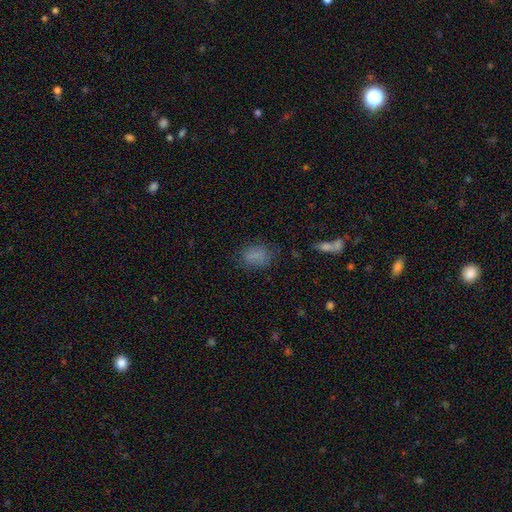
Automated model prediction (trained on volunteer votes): Smooth or featured? Predicted: smooth (p=0.78). How rounded? Predicted: in between (p=0.74). Merging? Predicted: none (p=0.70).